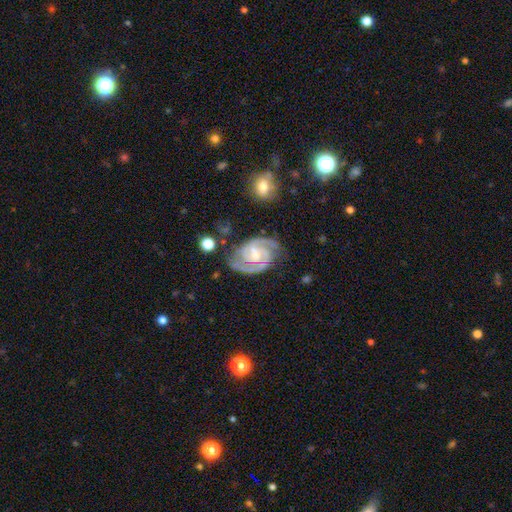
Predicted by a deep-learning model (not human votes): Q: Smooth or featured?
A: featured or disk (92%); runner-up: star or artifact (5%)
Q: Edge-on disk?
A: no (98%); runner-up: yes (2%)
Q: Bar?
A: weak (48%); runner-up: no (30%)
Q: Spiral arms?
A: yes (99%); runner-up: no (1%)
Q: Spiral winding?
A: tight (56%); runner-up: medium (39%)
Q: Spiral arm count?
A: 2 (83%); runner-up: 3 (9%)
Q: Bulge size?
A: small (57%); runner-up: moderate (36%)
Q: Merging?
A: none (78%); runner-up: minor disturbance (15%)